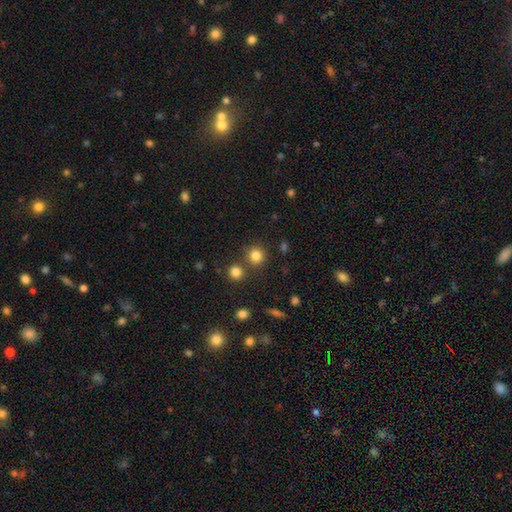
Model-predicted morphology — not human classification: smooth_or_featured: smooth (p=0.81) [alt: star or artifact p=0.13]
how_rounded: round (p=0.90) [alt: in between p=0.09]
merging: none (p=0.76) [alt: merger p=0.13]